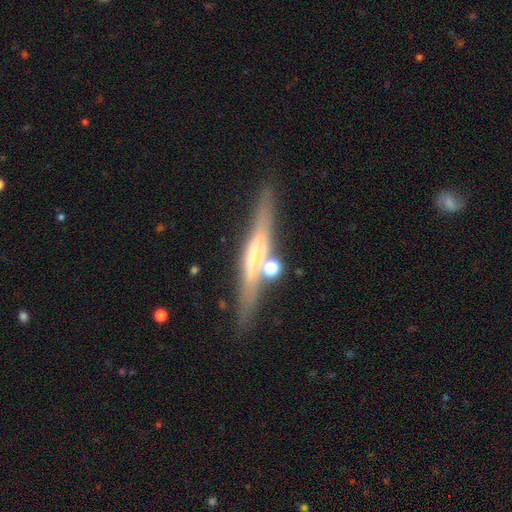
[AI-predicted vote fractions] A featured or disk galaxy (70%) viewed edge-on (93%) with a rounded central bulge (74%). Merging: none (76%).